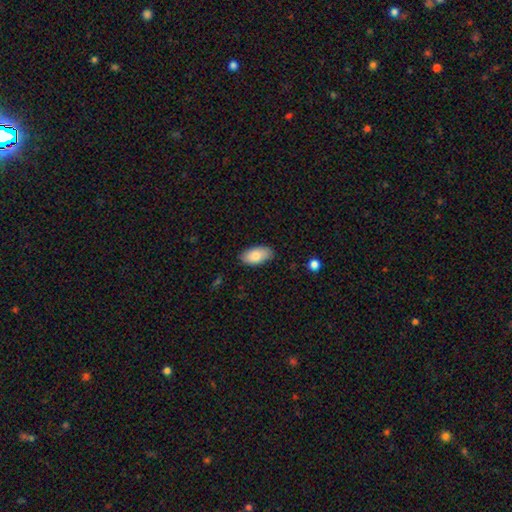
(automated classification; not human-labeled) Morphology: type=smooth (85%); roundness=in between (95%); merging=none (85%).